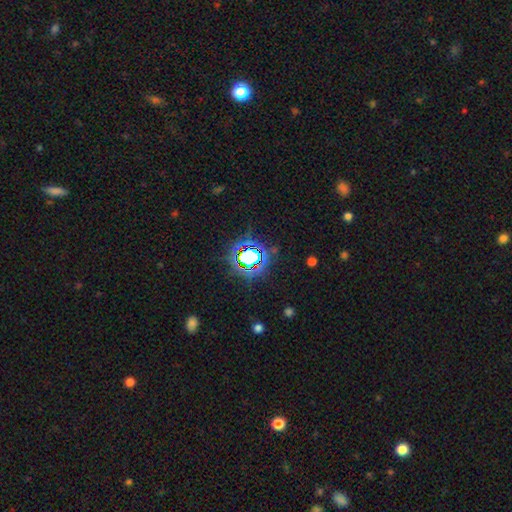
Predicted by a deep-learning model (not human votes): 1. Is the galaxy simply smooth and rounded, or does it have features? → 77% star or artifact, 14% smooth, 9% featured or disk.